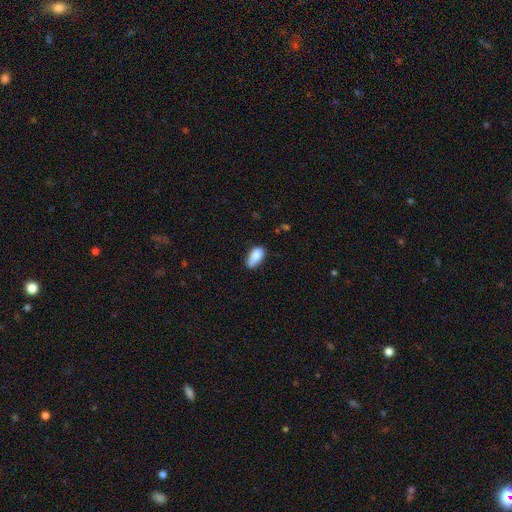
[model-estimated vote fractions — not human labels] A smooth galaxy with no disk features (86%) that is in between round and cigar-shaped (93%). Merging: none (57%).